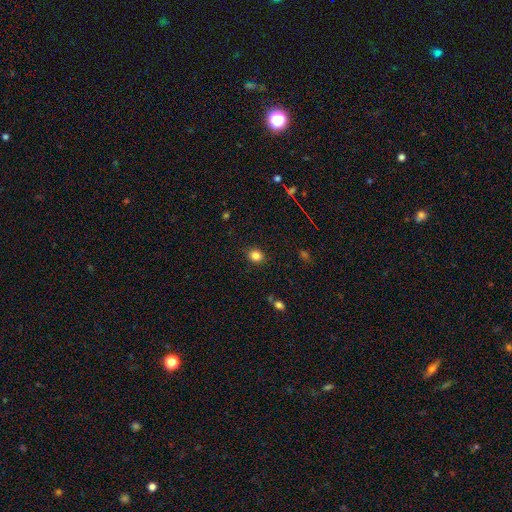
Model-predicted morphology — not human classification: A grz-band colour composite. It shows a smooth galaxy with no disk features (83%) that is round (70%). Merging: none (89%).